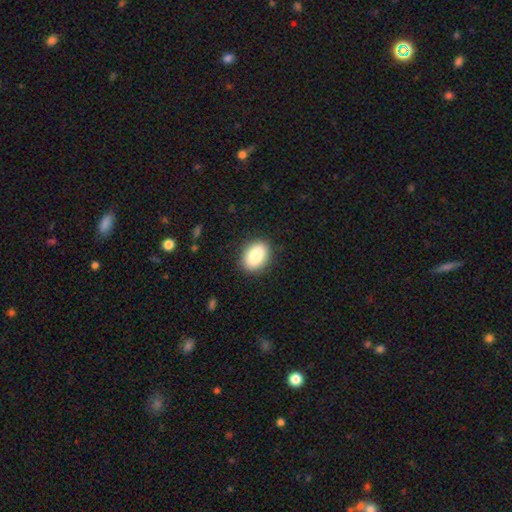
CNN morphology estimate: Overall: smooth (87%). How rounded: in between (82%). Merging: none (88%).